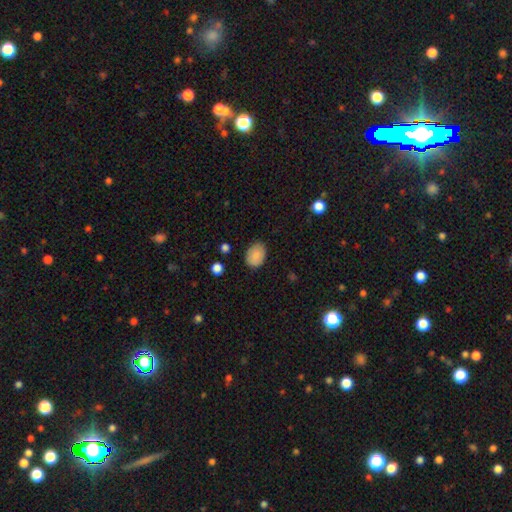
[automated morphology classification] type=smooth (87%); roundness=in between (73%); merging=none (81%).